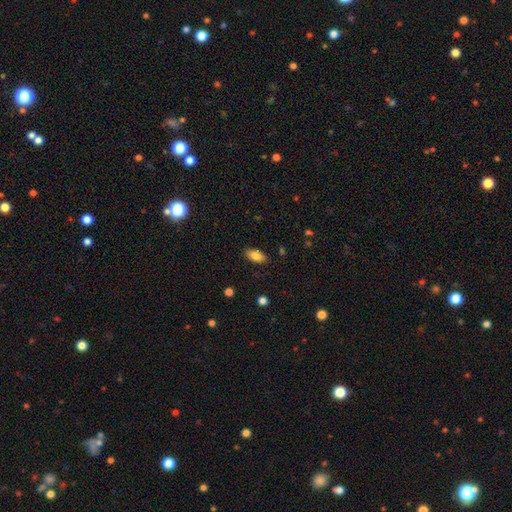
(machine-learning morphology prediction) Smooth or featured? smooth (83%)
How rounded? in between (92%)
Merging? none (87%)